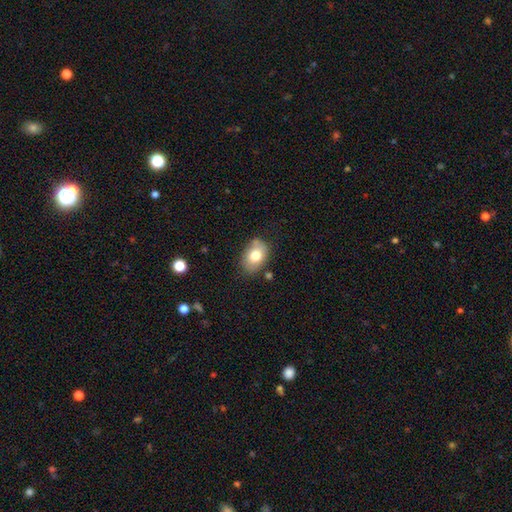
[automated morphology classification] Smooth or featured?
  - smooth: 75% *
  - featured or disk: 17%
  - star or artifact: 8%
How rounded?
  - in between: 80% *
  - round: 19%
  - cigar-shaped: 1%
Merging?
  - none: 72% *
  - minor disturbance: 20%
  - major disturbance: 4%
  - merger: 4%